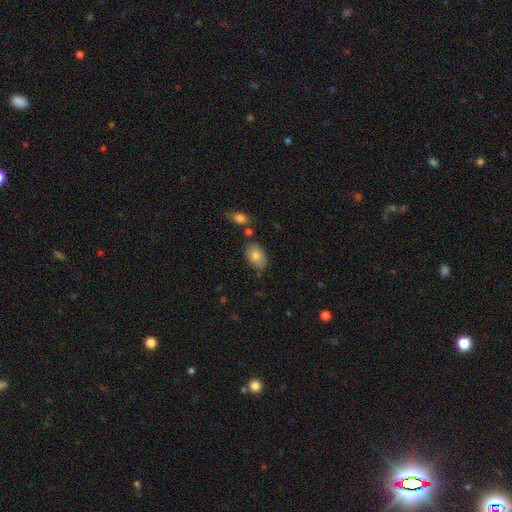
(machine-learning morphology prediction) Smooth or featured? Predicted: smooth (p=0.80). How rounded? Predicted: in between (p=0.88). Merging? Predicted: none (p=0.72).